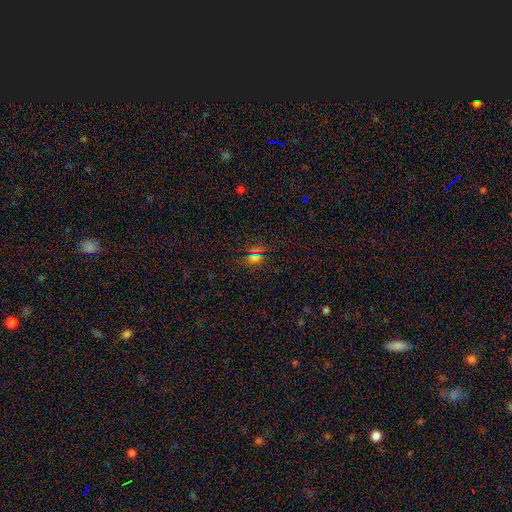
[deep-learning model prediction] Morphology: type=smooth (51%); roundness=round (48%); merging=none (83%).